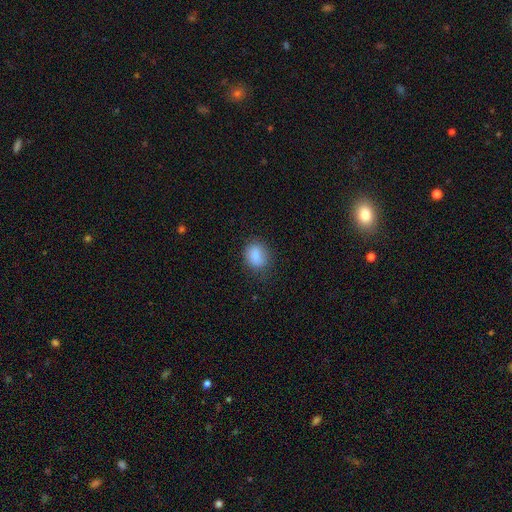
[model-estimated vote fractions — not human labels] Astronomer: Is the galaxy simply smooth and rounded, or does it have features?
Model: smooth — 86%.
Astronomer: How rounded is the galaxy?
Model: in between — 52% (runner-up: round, 47%).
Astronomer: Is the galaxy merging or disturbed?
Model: none — 75%.